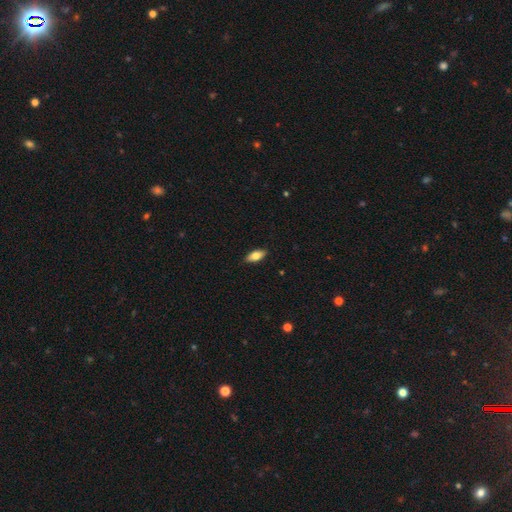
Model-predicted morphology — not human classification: smooth 77%, featured or disk 17%, star or artifact 6%. Down the decision tree: how rounded — in between (86%); merging — none (89%).